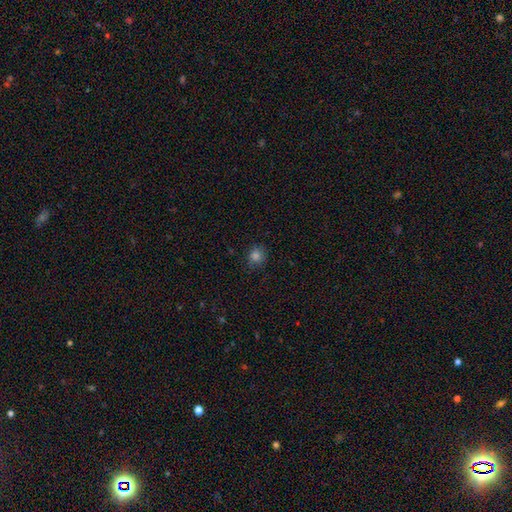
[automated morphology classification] The model was most divided on "smooth or featured": smooth: 78%, star or artifact: 16%, featured or disk: 6%. More confident: how rounded — round (83%); merging — none (82%).